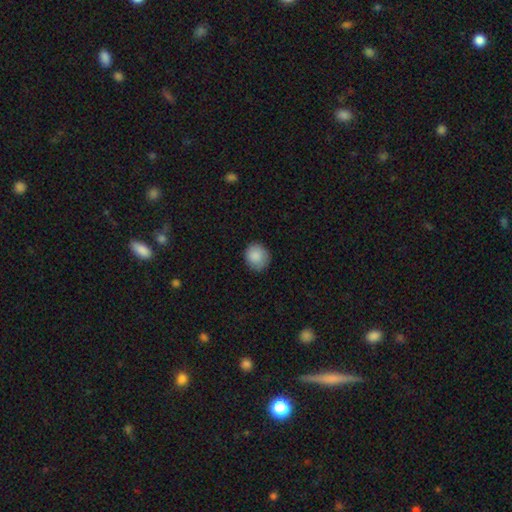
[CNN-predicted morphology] The model was most divided on "how rounded": round: 84%, in between: 15%, cigar-shaped: 1%. More confident: smooth or featured — smooth (88%); merging — none (84%).